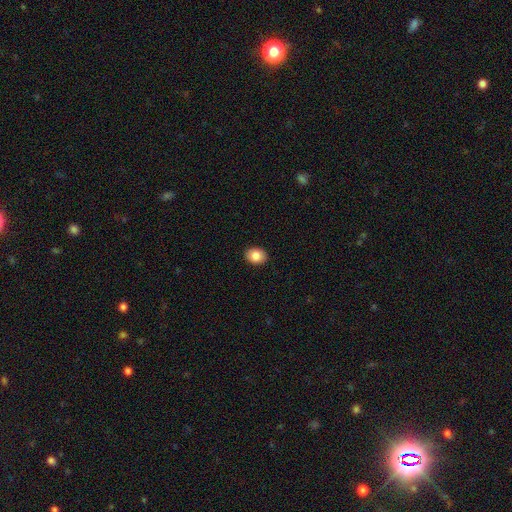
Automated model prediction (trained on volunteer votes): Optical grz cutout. It shows a smooth galaxy with no disk features (86%) that is in between round and cigar-shaped (56%). Merging: none (91%).